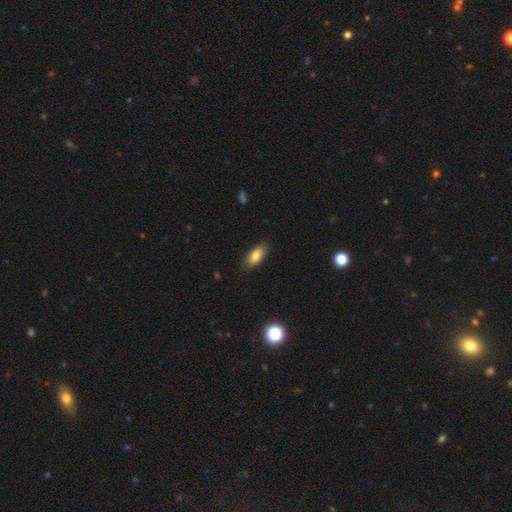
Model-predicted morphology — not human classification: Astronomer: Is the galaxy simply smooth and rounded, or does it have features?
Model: smooth — 82%.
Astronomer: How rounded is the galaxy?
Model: in between — 85%.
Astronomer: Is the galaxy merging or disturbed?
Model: none — 85%.